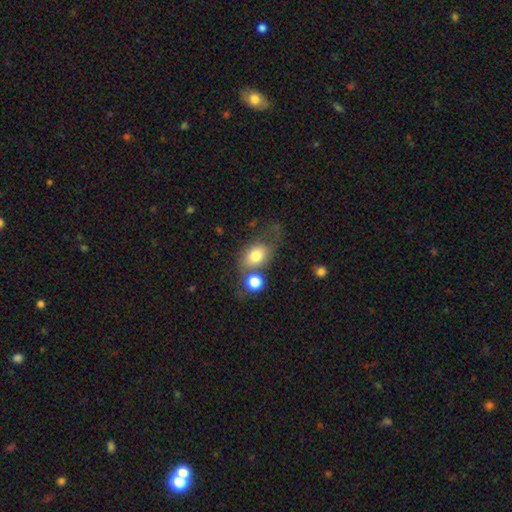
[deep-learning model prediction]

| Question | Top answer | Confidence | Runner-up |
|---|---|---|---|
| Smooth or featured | smooth | 75% | featured or disk (15%) |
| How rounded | in between | 67% | round (31%) |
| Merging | none | 44% | merger (24%) |